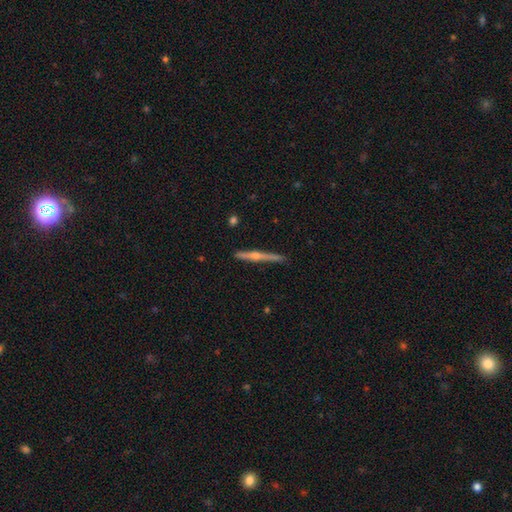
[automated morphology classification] Overall: featured or disk (66%). Edge-on disk: yes (94%). Edge-on bulge: rounded (71%). Merging: none (84%).